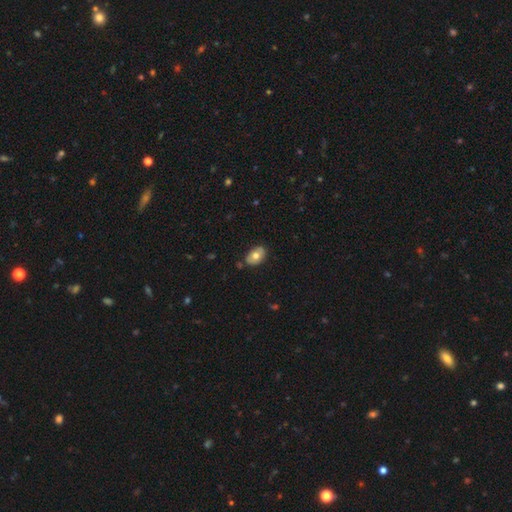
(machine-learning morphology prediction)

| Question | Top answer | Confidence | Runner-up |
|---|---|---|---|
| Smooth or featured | smooth | 69% | featured or disk (24%) |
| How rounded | in between | 87% | round (12%) |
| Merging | none | 81% | minor disturbance (15%) |